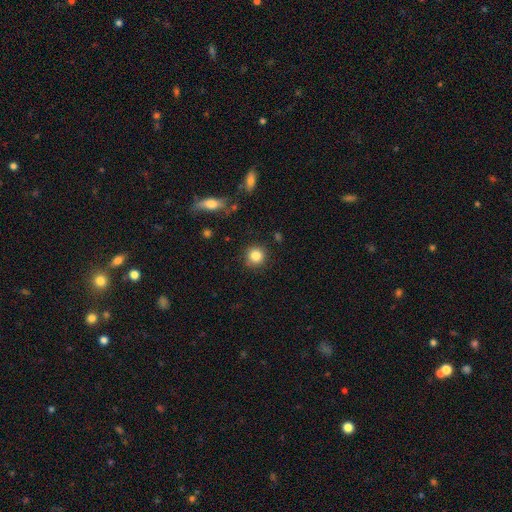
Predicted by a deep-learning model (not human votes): This appears to be a smooth galaxy with no disk features (84%) that is round (92%). Merging: none (89%).